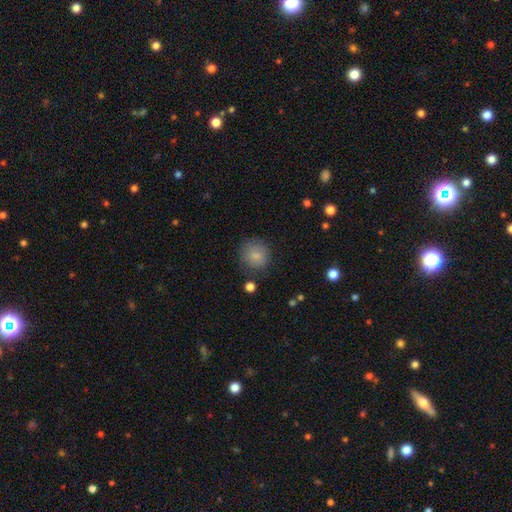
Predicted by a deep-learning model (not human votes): Morphology: type=smooth (84%); roundness=round (87%); merging=none (79%).